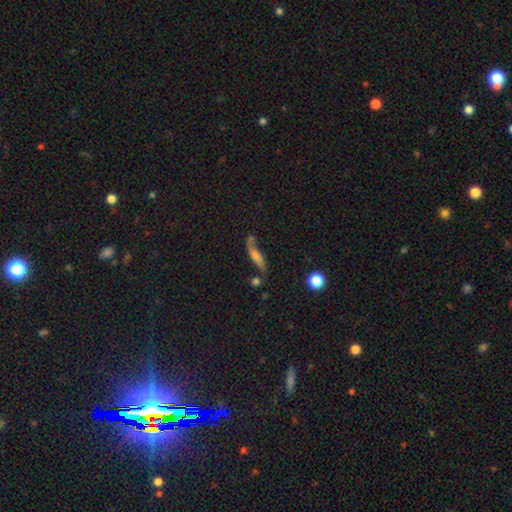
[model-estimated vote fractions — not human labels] Overall: featured or disk (46%; smooth 43%). Merging: none (54%; minor disturbance 22%).